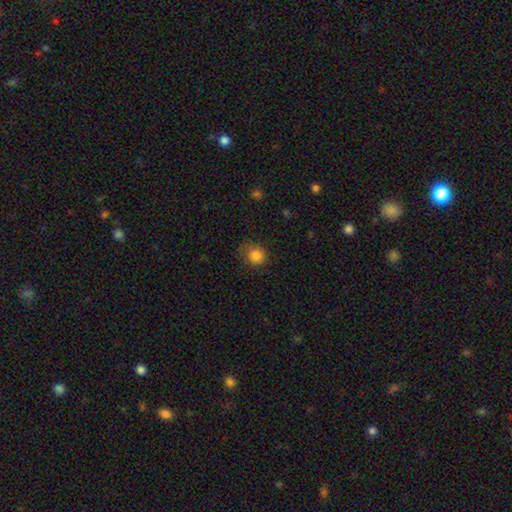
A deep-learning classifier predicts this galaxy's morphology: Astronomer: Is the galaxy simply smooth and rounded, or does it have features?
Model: smooth — 84%.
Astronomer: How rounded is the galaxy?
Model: round — 76%.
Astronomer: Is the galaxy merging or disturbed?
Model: none — 64%.